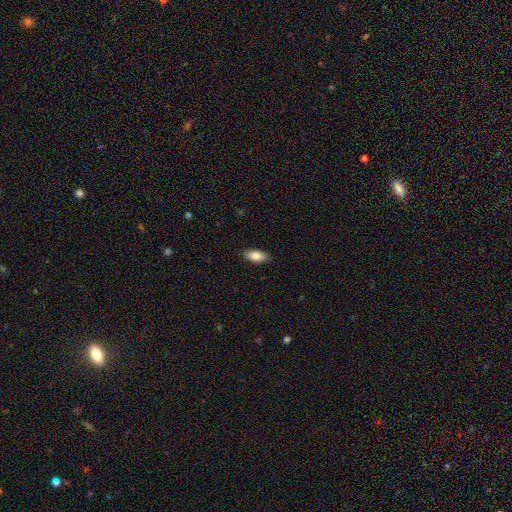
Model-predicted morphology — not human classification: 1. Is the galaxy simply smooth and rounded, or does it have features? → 82% smooth, 11% featured or disk, 7% star or artifact.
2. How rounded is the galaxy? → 89% in between, 8% cigar-shaped, 3% round.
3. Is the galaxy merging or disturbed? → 88% none, 10% minor disturbance, 2% major disturbance, 1% merger.